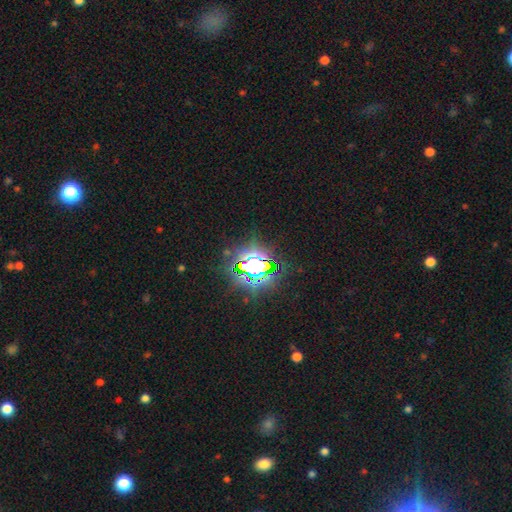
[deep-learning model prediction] Morphology: type=star or artifact (77%).